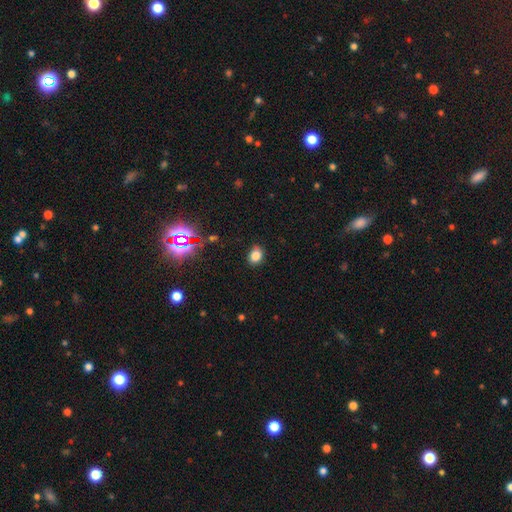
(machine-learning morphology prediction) smooth_or_featured: smooth (p=0.80) [alt: star or artifact p=0.15]
how_rounded: in between (p=0.54) [alt: round p=0.45]
merging: none (p=0.85) [alt: minor disturbance p=0.11]